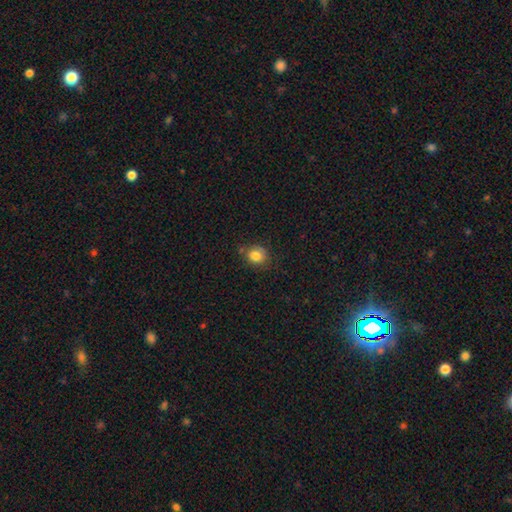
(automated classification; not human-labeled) smooth 83%, star or artifact 11%, featured or disk 6%. Down the decision tree: how rounded — round (77%); merging — none (75%).